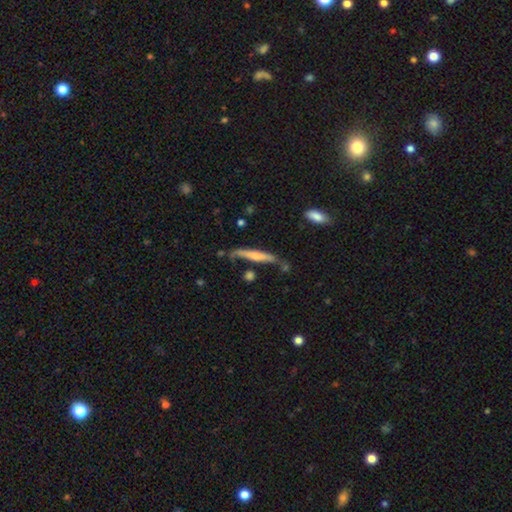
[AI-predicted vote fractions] smooth_or_featured: smooth (p=0.56) [alt: featured or disk p=0.38]
how_rounded: cigar-shaped (p=0.91) [alt: in between p=0.07]
merging: none (p=0.59) [alt: minor disturbance p=0.24]